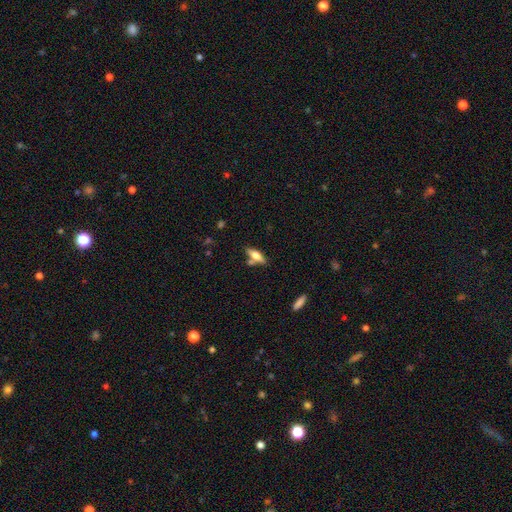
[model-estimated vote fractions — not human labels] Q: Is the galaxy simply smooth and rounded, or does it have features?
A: smooth — 49%.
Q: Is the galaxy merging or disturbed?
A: none — 69%.